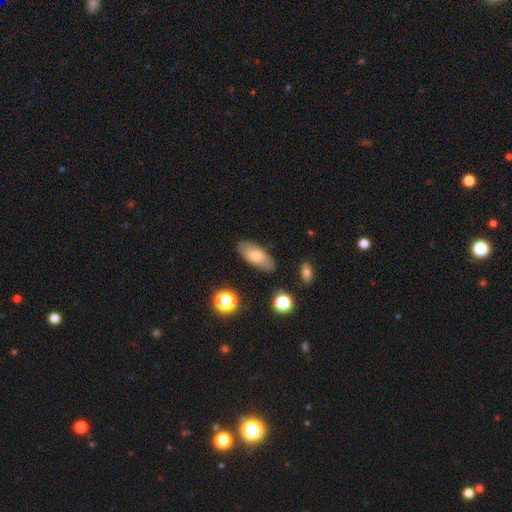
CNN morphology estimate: smooth_or_featured: smooth (p=0.71) [alt: featured or disk p=0.22]
how_rounded: in between (p=0.87) [alt: cigar-shaped p=0.10]
merging: none (p=0.83) [alt: minor disturbance p=0.12]